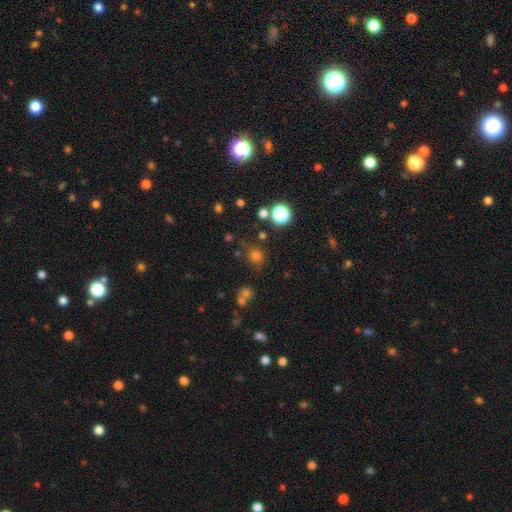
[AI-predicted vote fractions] Q: Smooth or featured?
A: smooth (70%); runner-up: star or artifact (23%)
Q: How rounded?
A: round (79%); runner-up: in between (20%)
Q: Merging?
A: none (72%); runner-up: minor disturbance (15%)